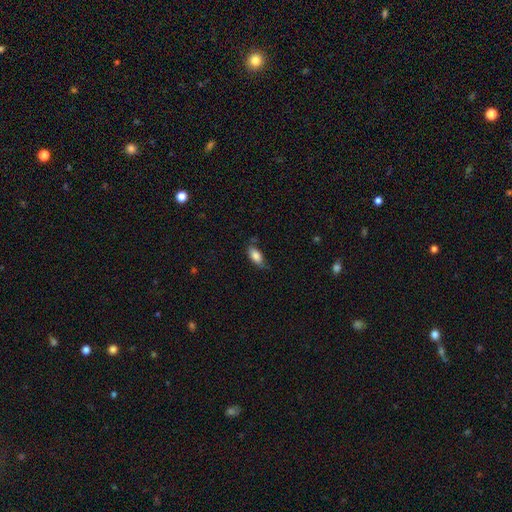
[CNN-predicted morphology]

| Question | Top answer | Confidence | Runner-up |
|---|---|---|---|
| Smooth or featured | smooth | 83% | featured or disk (10%) |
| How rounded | in between | 88% | cigar-shaped (8%) |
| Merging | none | 66% | minor disturbance (26%) |